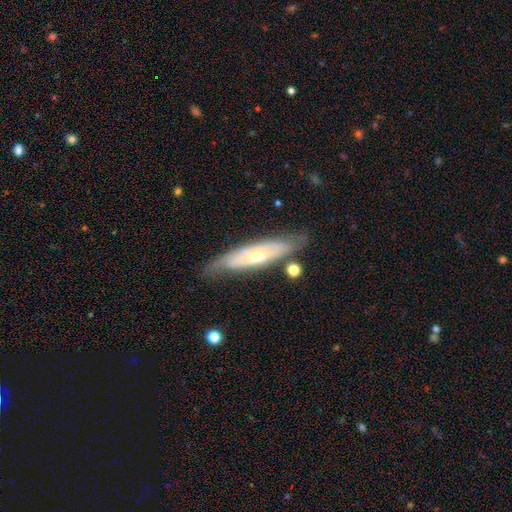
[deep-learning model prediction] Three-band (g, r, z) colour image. It shows a featured or disk galaxy (62%) viewed edge-on (51%). Merging: none (74%).